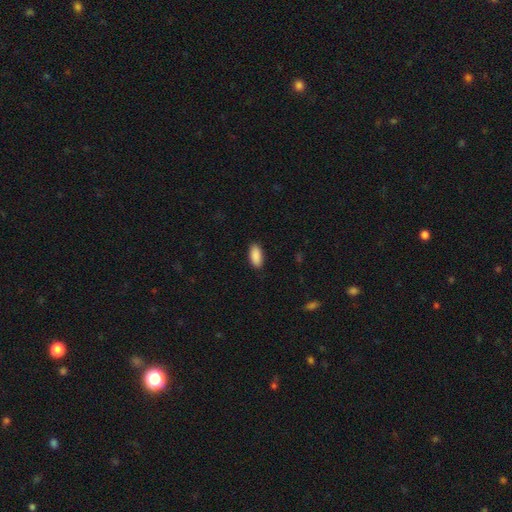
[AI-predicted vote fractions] Smooth or featured? Predicted: smooth (p=0.91). How rounded? Predicted: in between (p=0.90). Merging? Predicted: none (p=0.89).